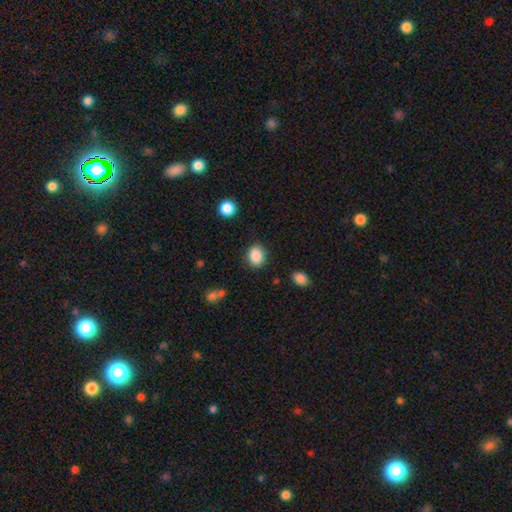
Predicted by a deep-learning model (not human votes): Morphology: type=smooth (87%); roundness=round (50%); merging=none (85%).